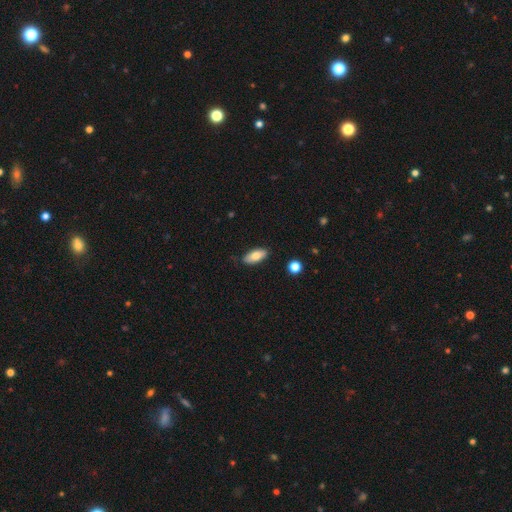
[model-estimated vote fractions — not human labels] A smooth galaxy with no disk features (77%) that is in between round and cigar-shaped (87%).

Vote fractions:
- Smooth or featured? smooth: 77% / featured or disk: 16% / star or artifact: 7%
- How rounded? in between: 87% / cigar-shaped: 11% / round: 2%
- Merging? none: 84% / minor disturbance: 13% / major disturbance: 2% / merger: 1%